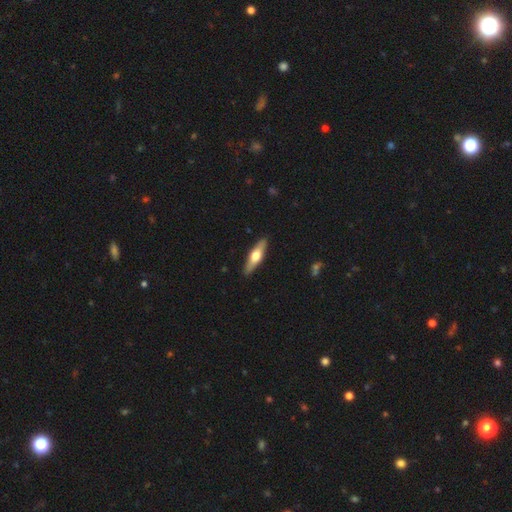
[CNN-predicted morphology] smooth-or-featured: featured or disk: 52% | smooth: 44% | star or artifact: 5%
  disk-edge-on: yes: 91% | no: 9%
  merging: none: 90% | minor disturbance: 7% | major disturbance: 2% | merger: 1%